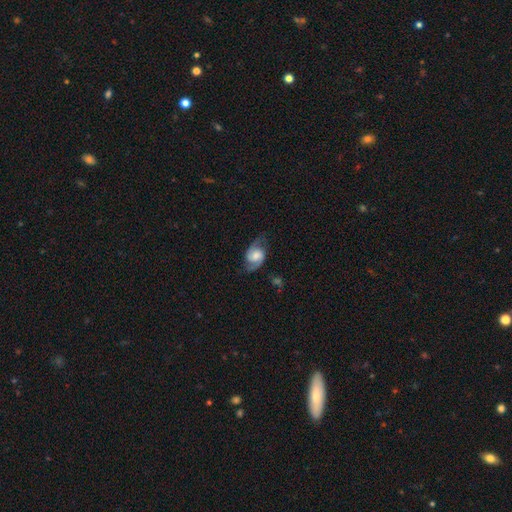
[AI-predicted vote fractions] Smooth or featured?
  - featured or disk: 79% *
  - smooth: 14%
  - star or artifact: 7%
Edge-on disk?
  - no: 97% *
  - yes: 3%
Bar?
  - no: 54% *
  - weak: 37%
  - strong: 9%
Spiral arms?
  - yes: 95% *
  - no: 5%
Spiral winding?
  - medium: 49% *
  - loose: 32%
  - tight: 20%
Spiral arm count?
  - 2: 91% *
  - can't tell: 3%
  - 1: 2%
  - 3: 1%
  - 4: 1%
  - more than 4: 1%
Bulge size?
  - moderate: 37% *
  - large: 23%
  - small: 22%
  - none: 13%
  - dominant: 4%
Merging?
  - none: 72% *
  - minor disturbance: 18%
  - major disturbance: 8%
  - merger: 2%